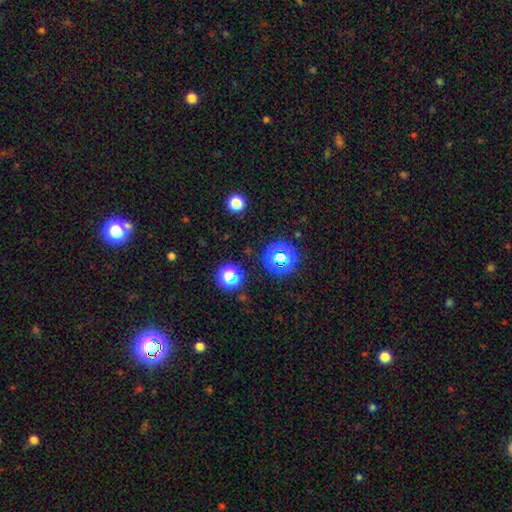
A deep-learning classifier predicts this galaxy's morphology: star or artifact 49%, smooth 45%, featured or disk 6%.